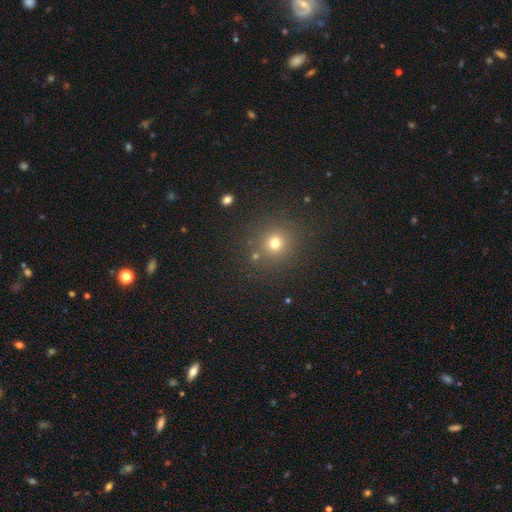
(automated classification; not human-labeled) Smooth or featured: smooth — 59% (star or artifact — 33%)
How rounded: round — 93% (in between — 6%)
Merging: none — 86% (minor disturbance — 7%)